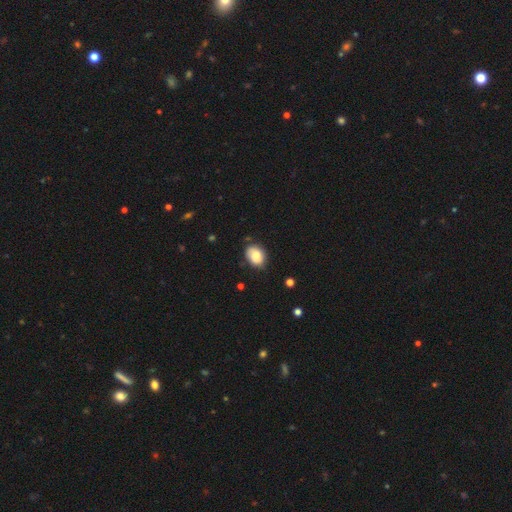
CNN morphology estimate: Smooth or featured? smooth (76%)
How rounded? in between (67%)
Merging? none (75%)